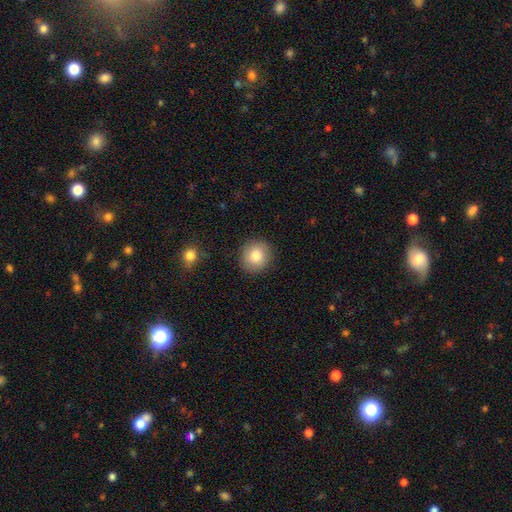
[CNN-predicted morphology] smooth_or_featured: smooth (p=0.84) [alt: featured or disk p=0.08]
how_rounded: round (p=0.87) [alt: in between p=0.12]
merging: none (p=0.88) [alt: minor disturbance p=0.08]